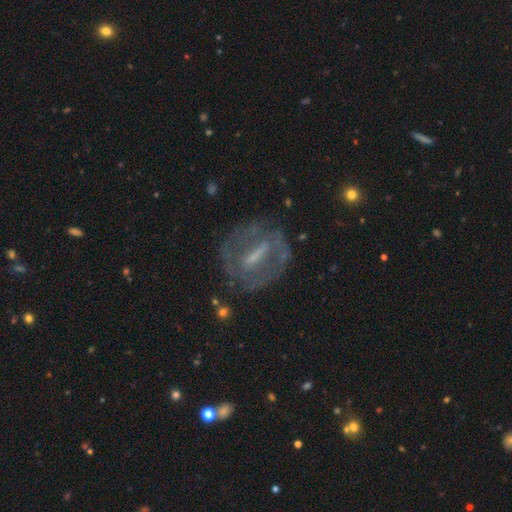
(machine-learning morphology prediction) Smooth or featured?
  - featured or disk: 75% *
  - smooth: 16%
  - star or artifact: 9%
Edge-on disk?
  - no: 88% *
  - yes: 12%
Bar?
  - strong: 57% *
  - weak: 30%
  - no: 13%
Spiral arms?
  - yes: 54% *
  - no: 46%
Bulge size?
  - small: 39% *
  - none: 28%
  - moderate: 27%
  - large: 5%
  - dominant: 1%
Merging?
  - none: 70% *
  - minor disturbance: 16%
  - major disturbance: 12%
  - merger: 2%